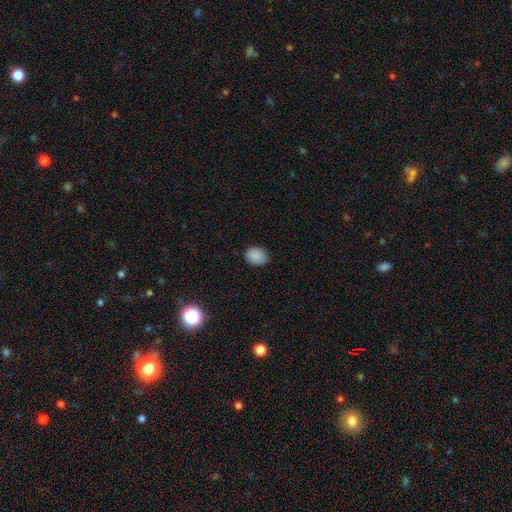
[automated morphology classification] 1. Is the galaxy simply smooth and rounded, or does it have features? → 88% smooth, 9% star or artifact, 4% featured or disk.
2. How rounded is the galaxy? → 55% in between, 44% round, 1% cigar-shaped.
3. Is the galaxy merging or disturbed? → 84% none, 12% minor disturbance, 2% major disturbance, 1% merger.